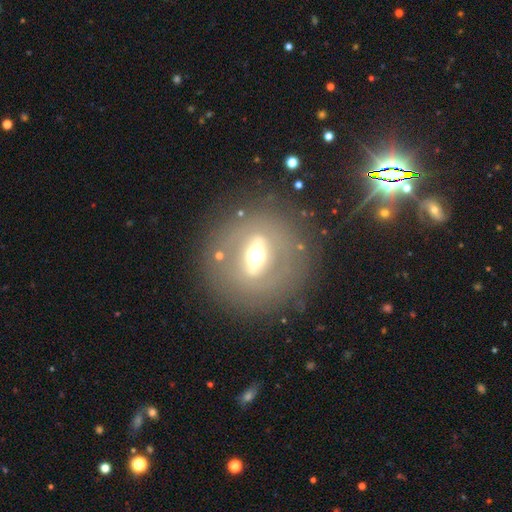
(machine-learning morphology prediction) This is likely a featured or disk galaxy (70%). It is likely not viewed edge-on (60%). Merging: clearly none (82%).